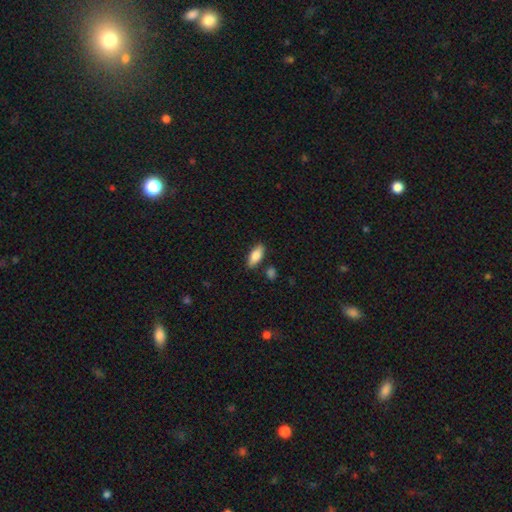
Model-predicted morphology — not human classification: Overall: smooth (82%). How rounded: in between (79%). Merging: none (83%).